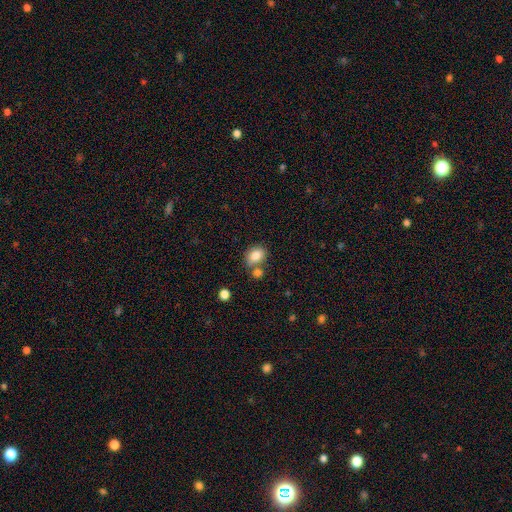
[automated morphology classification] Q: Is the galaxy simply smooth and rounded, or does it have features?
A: smooth — 83%.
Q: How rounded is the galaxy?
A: in between — 60%.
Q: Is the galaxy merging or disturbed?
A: none — 59%.